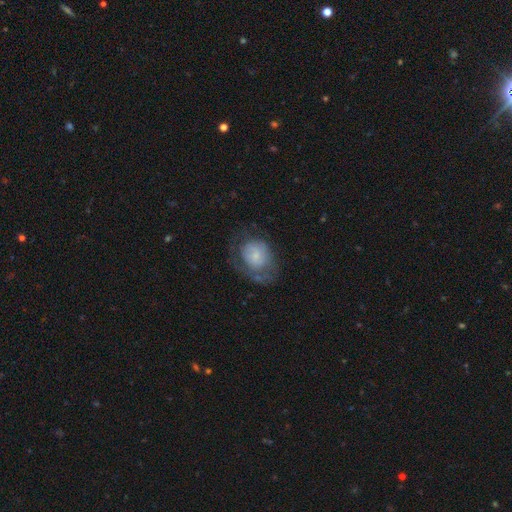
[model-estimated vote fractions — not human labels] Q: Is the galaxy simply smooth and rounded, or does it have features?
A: smooth — 52%.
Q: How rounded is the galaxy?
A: round — 51%.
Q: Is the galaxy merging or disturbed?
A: none — 39%.